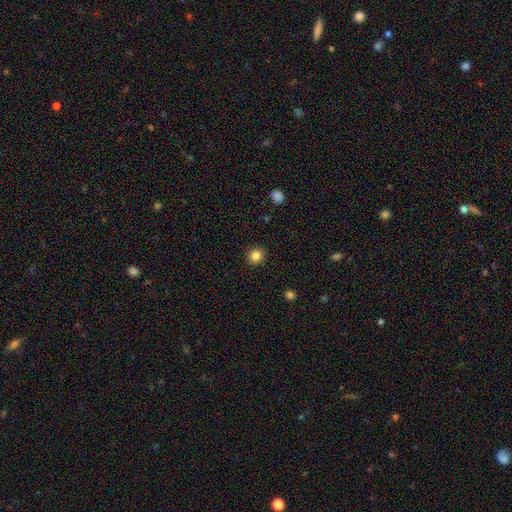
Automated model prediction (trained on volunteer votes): A smooth galaxy with no disk features (84%) that is round (85%).

Vote fractions:
- Smooth or featured? smooth: 84% / star or artifact: 11% / featured or disk: 5%
- How rounded? round: 85% / in between: 14% / cigar-shaped: 1%
- Merging? none: 91% / minor disturbance: 6% / major disturbance: 2% / merger: 1%